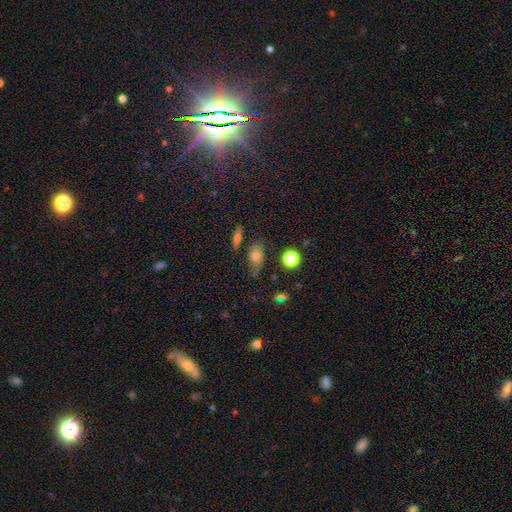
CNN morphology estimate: smooth_or_featured: smooth (p=0.46) [alt: featured or disk p=0.36]
merging: none (p=0.60) [alt: minor disturbance p=0.24]